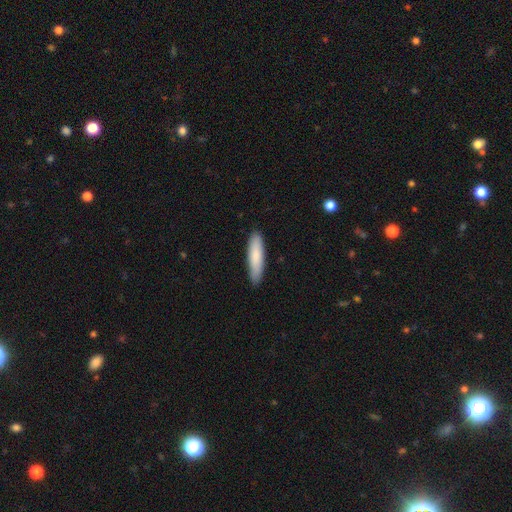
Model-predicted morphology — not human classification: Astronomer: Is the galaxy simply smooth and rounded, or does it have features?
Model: smooth — 83%.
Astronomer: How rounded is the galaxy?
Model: cigar-shaped — 75%.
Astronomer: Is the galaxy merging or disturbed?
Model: none — 87%.